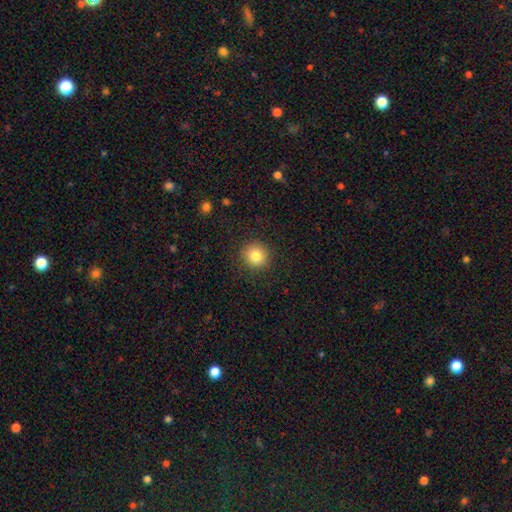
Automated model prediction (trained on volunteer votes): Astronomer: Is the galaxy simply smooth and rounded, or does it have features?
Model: smooth — 83%.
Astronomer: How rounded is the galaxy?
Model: round — 92%.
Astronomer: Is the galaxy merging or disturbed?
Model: none — 90%.